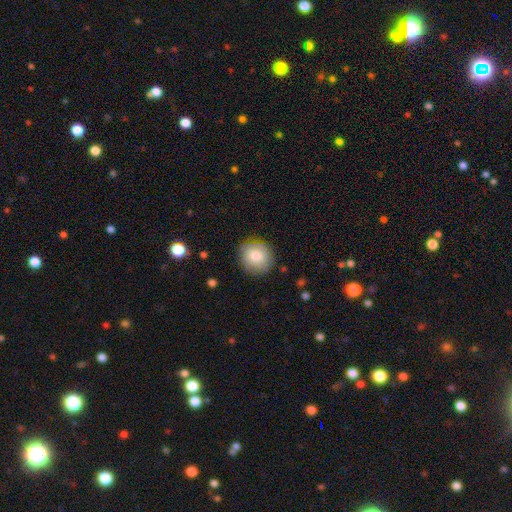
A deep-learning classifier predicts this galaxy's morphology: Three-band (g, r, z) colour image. It shows a smooth galaxy with no disk features (73%) that is round (85%). Merging: none (82%).